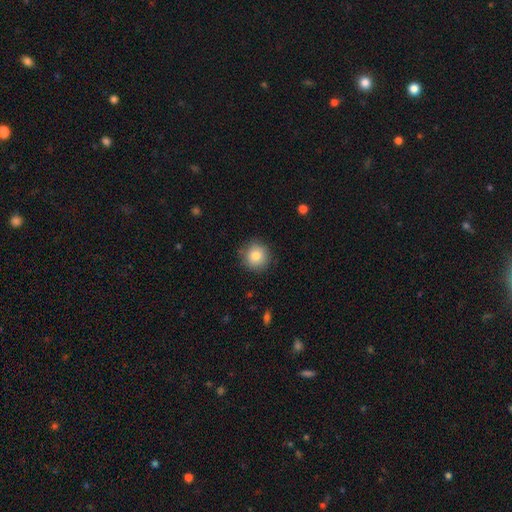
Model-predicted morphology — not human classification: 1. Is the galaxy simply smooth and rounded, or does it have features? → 82% smooth, 10% star or artifact, 8% featured or disk.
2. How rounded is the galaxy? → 92% round, 7% in between, 1% cigar-shaped.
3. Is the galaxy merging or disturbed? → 87% none, 9% minor disturbance, 2% major disturbance, 1% merger.